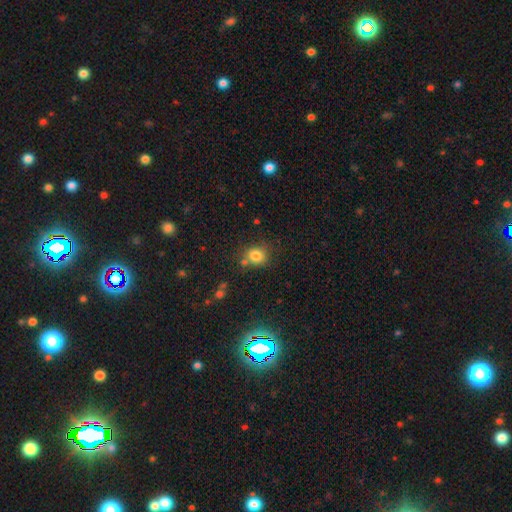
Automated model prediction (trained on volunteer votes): A smooth galaxy with no disk features (80%) that is round (70%).

Vote fractions:
- Smooth or featured? smooth: 80% / star or artifact: 13% / featured or disk: 7%
- How rounded? round: 70% / in between: 29% / cigar-shaped: 1%
- Merging? none: 69% / minor disturbance: 14% / merger: 12% / major disturbance: 5%